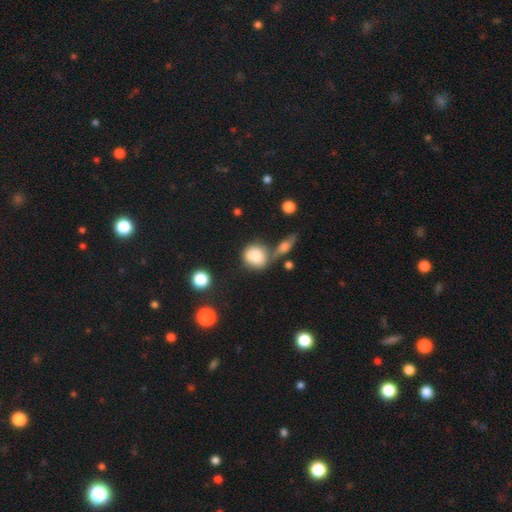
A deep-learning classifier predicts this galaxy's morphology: The model was most divided on "merging": none: 55%, merger: 21%, minor disturbance: 17%, major disturbance: 7%. More confident: smooth or featured — smooth (83%); how rounded — round (82%).